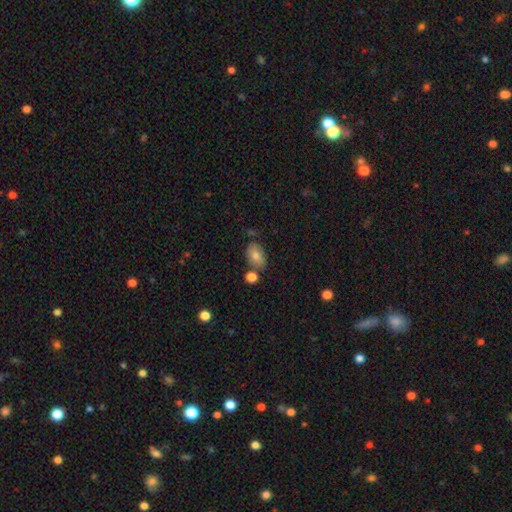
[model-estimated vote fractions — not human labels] Overall: smooth (77%). How rounded: in between (86%). Merging: none (71%).